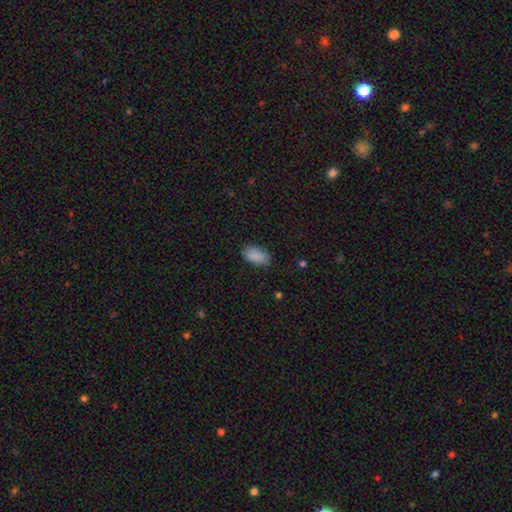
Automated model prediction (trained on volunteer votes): Morphology: type=smooth (89%); roundness=in between (94%); merging=none (84%).